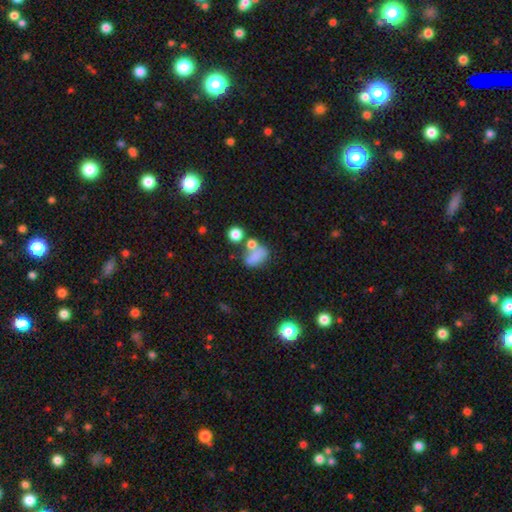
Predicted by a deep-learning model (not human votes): This is likely a smooth galaxy (70%). How rounded: likely in between (77%). Merging: marginally none (35%).